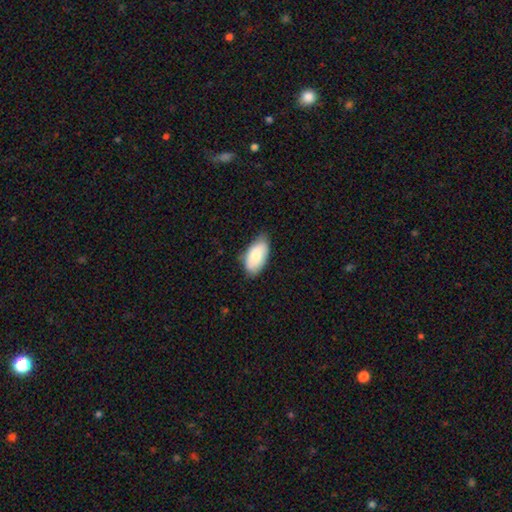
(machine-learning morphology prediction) Smooth or featured? smooth (81%)
How rounded? in between (95%)
Merging? none (68%)